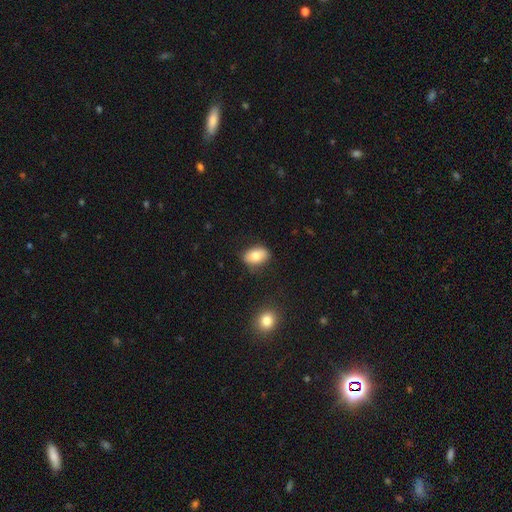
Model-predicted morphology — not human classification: Smooth or featured?
  - smooth: 79% *
  - featured or disk: 13%
  - star or artifact: 8%
How rounded?
  - in between: 86% *
  - round: 12%
  - cigar-shaped: 2%
Merging?
  - none: 79% *
  - minor disturbance: 16%
  - major disturbance: 3%
  - merger: 2%